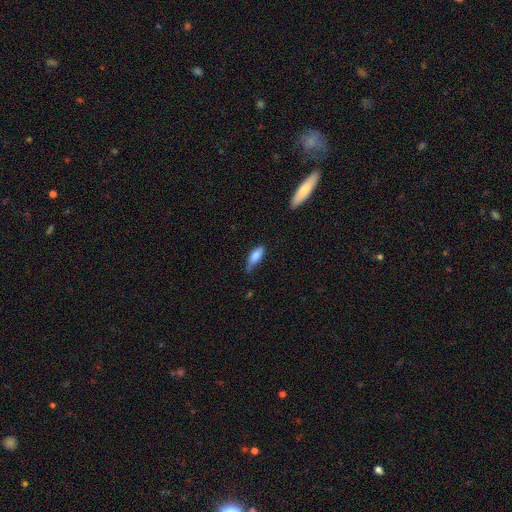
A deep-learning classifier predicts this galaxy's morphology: smooth-or-featured: smooth: 82% | featured or disk: 11% | star or artifact: 7%
  how-rounded: in between: 71% | cigar-shaped: 26% | round: 2%
  merging: none: 46% | minor disturbance: 43% | major disturbance: 9% | merger: 3%